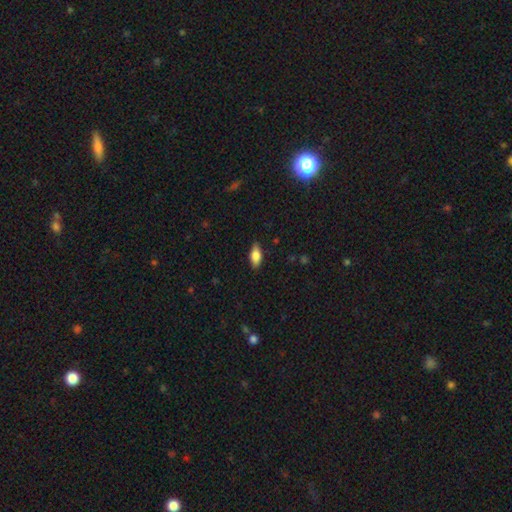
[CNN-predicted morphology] This appears to be a smooth galaxy with no disk features (73%) that is in between round and cigar-shaped (83%). Merging: none (85%).